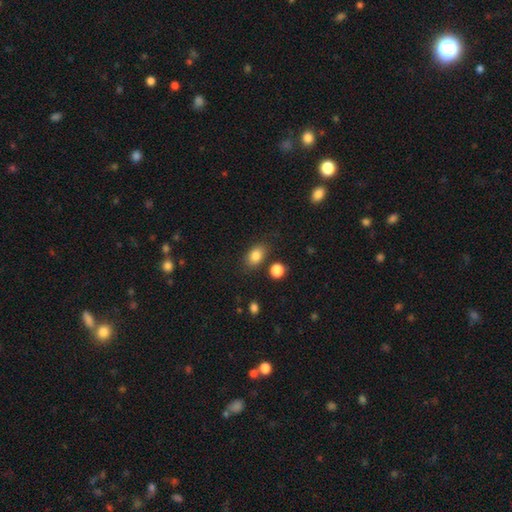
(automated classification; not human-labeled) smooth 83%, star or artifact 10%, featured or disk 7%. Down the decision tree: how rounded — in between (78%); merging — none (79%).